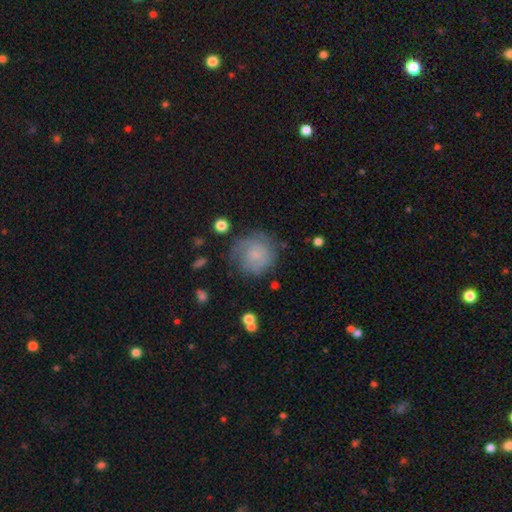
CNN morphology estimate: The model was most divided on "smooth or featured": smooth: 61%, featured or disk: 30%, star or artifact: 9%. More confident: how rounded — round (91%); merging — none (65%).